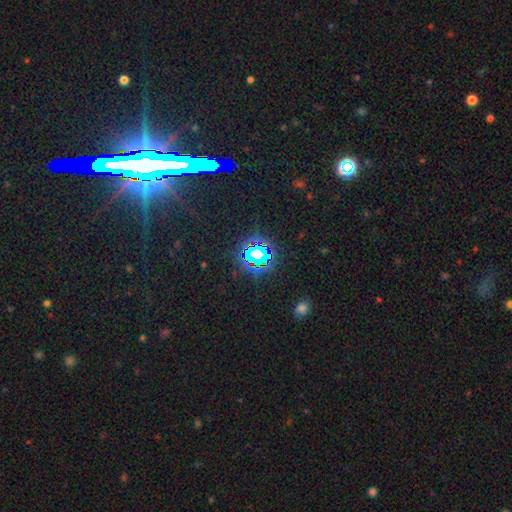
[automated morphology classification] smooth_or_featured: star or artifact (p=0.75) [alt: smooth p=0.15]